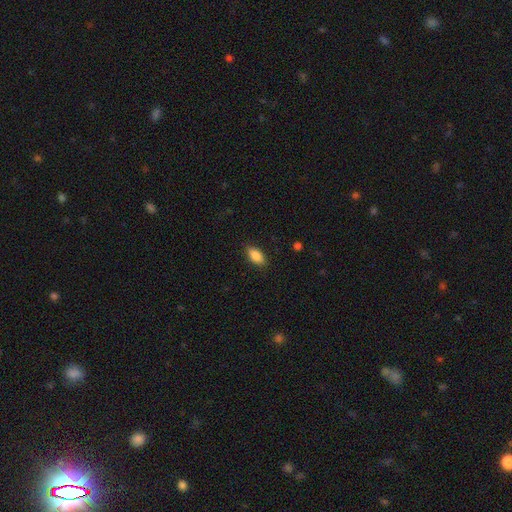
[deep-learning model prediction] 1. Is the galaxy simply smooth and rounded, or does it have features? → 86% smooth, 7% star or artifact, 7% featured or disk.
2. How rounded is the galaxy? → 89% in between, 7% cigar-shaped, 4% round.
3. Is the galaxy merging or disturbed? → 85% none, 11% minor disturbance, 3% major disturbance, 1% merger.